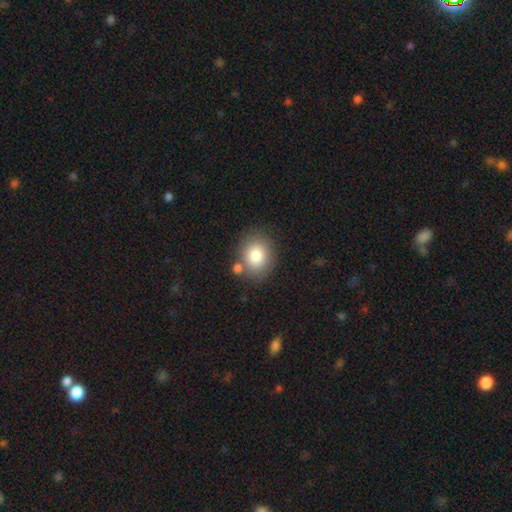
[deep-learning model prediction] Smooth or featured: smooth — 82% (featured or disk — 9%)
How rounded: round — 57% (in between — 42%)
Merging: none — 74% (minor disturbance — 11%)